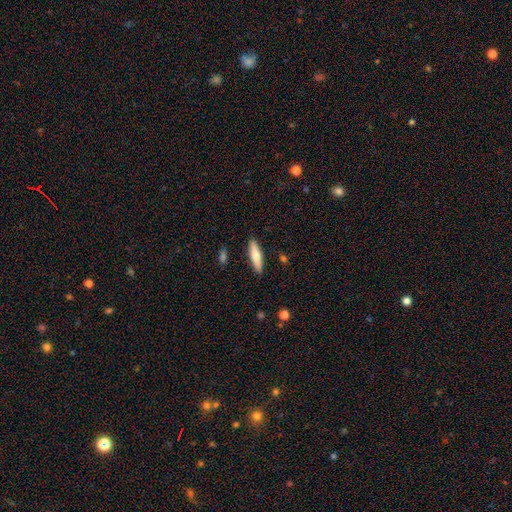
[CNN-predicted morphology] Overall: smooth (66%; featured or disk 28%). How rounded: cigar-shaped (70%). Merging: none (88%).